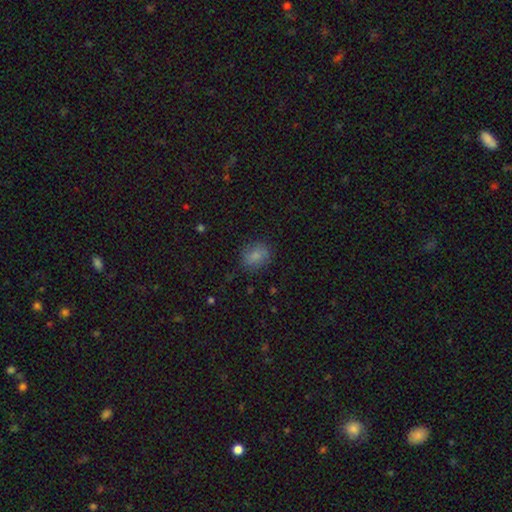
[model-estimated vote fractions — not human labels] Q: Smooth or featured?
A: smooth (82%); runner-up: star or artifact (10%)
Q: How rounded?
A: in between (53%); runner-up: round (46%)
Q: Merging?
A: none (81%); runner-up: minor disturbance (14%)